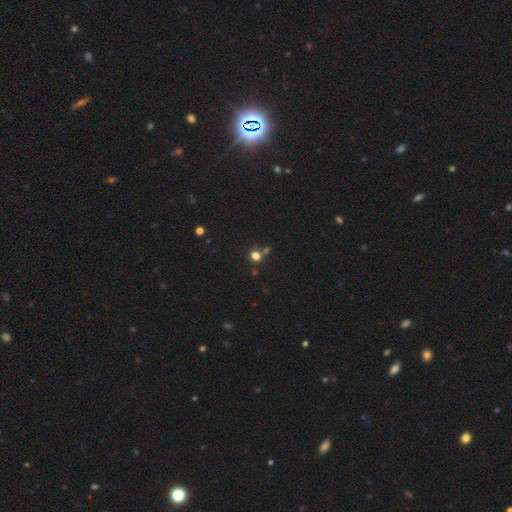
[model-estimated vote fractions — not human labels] A smooth galaxy with no disk features (75%) that is round (86%).

Vote fractions:
- Smooth or featured? smooth: 75% / star or artifact: 19% / featured or disk: 7%
- How rounded? round: 86% / in between: 13% / cigar-shaped: 1%
- Merging? none: 67% / merger: 20% / minor disturbance: 9% / major disturbance: 4%